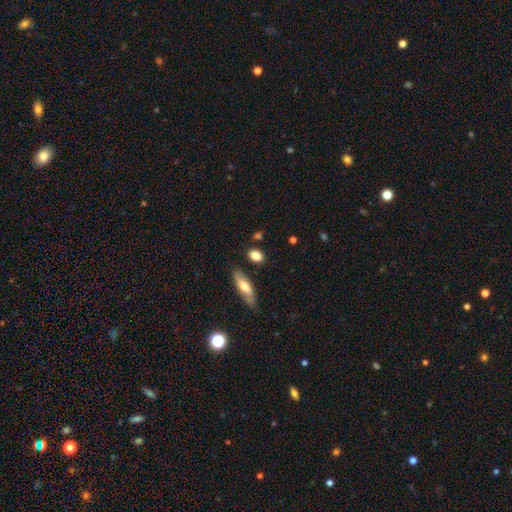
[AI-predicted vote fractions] Smooth or featured? smooth (83%)
How rounded? in between (71%)
Merging? none (76%)